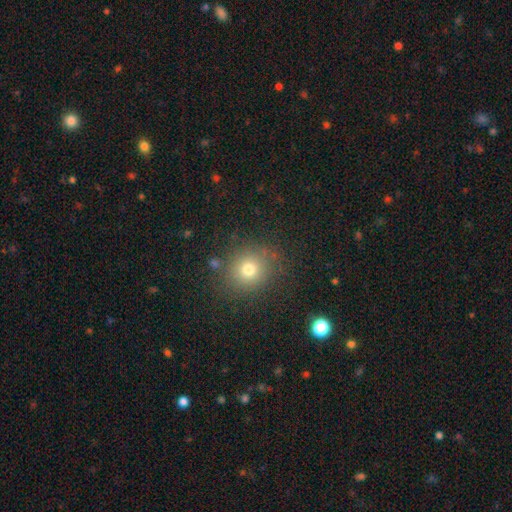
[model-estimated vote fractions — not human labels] Smooth or featured?
  - smooth: 67% *
  - star or artifact: 25%
  - featured or disk: 8%
How rounded?
  - round: 81% *
  - in between: 18%
  - cigar-shaped: 1%
Merging?
  - none: 87% *
  - minor disturbance: 8%
  - major disturbance: 3%
  - merger: 2%